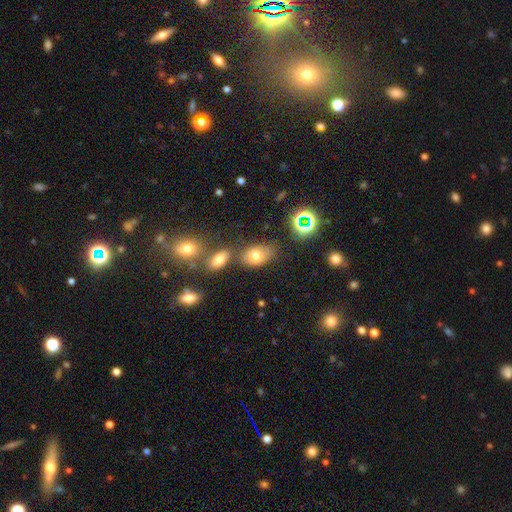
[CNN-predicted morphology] A smooth galaxy with no disk features (73%) that is in between round and cigar-shaped (84%). Merging: none (62%).